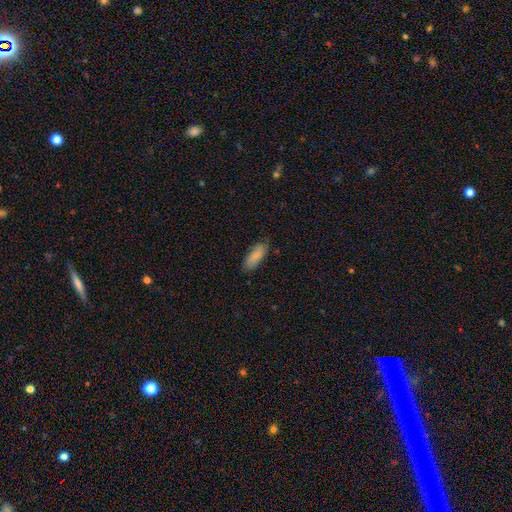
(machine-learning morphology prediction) Q: Smooth or featured?
A: smooth (82%); runner-up: featured or disk (12%)
Q: How rounded?
A: in between (78%); runner-up: cigar-shaped (21%)
Q: Merging?
A: none (78%); runner-up: minor disturbance (17%)